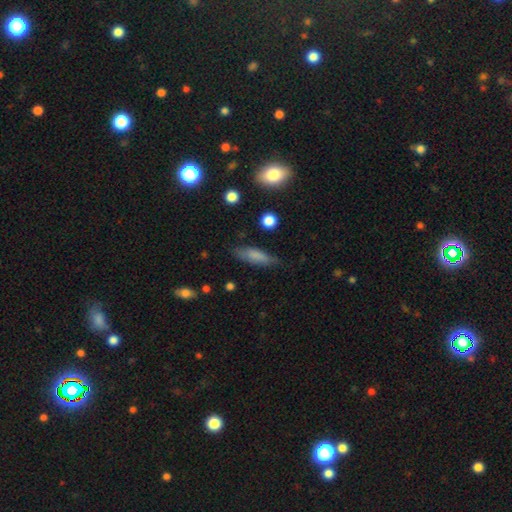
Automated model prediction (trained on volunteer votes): smooth 75%, featured or disk 17%, star or artifact 8%. Down the decision tree: how rounded — cigar-shaped (54%); merging — none (76%).